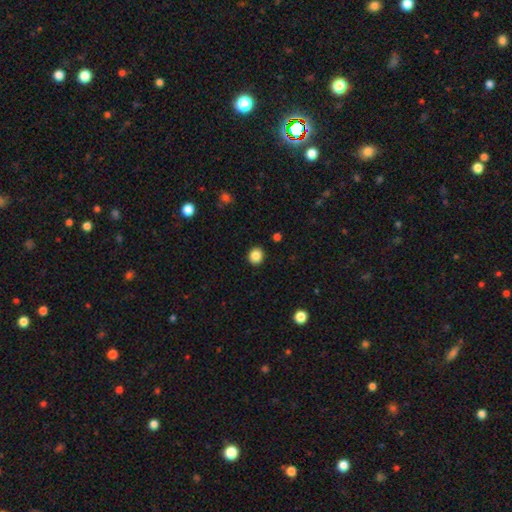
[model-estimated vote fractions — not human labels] Smooth or featured: smooth — 85% (star or artifact — 10%)
How rounded: round — 86% (in between — 13%)
Merging: none — 92% (minor disturbance — 6%)